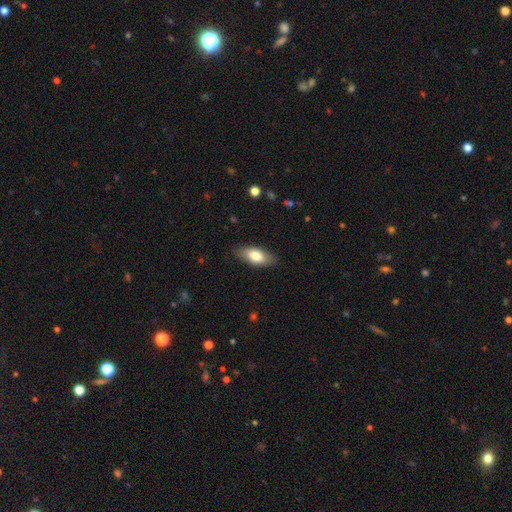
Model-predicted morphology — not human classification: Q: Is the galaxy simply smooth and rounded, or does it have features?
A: smooth — 77%.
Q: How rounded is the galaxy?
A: in between — 86%.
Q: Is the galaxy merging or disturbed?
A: none — 86%.